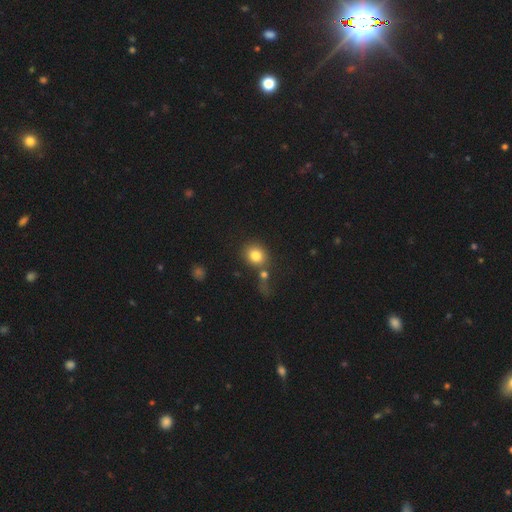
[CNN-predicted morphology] This is clearly a smooth galaxy (80%). How rounded: likely round (72%). Merging: possibly none (58%).